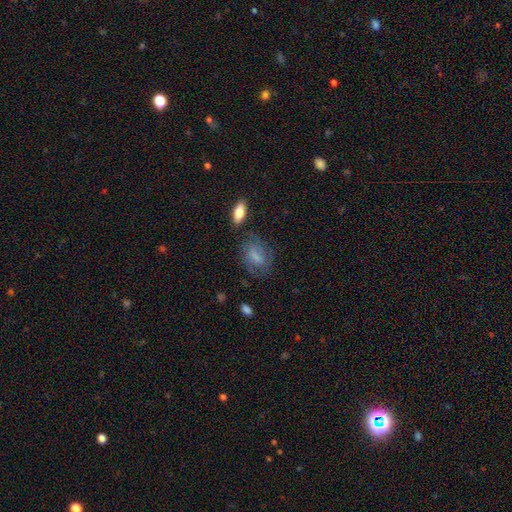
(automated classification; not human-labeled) The model was most divided on "smooth or featured": smooth: 56%, featured or disk: 33%, star or artifact: 11%. More confident: how rounded — in between (69%); merging — none (64%).